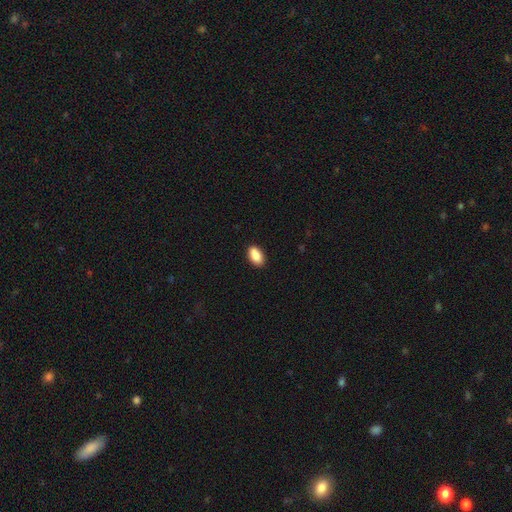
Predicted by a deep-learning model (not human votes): Q: Smooth or featured?
A: smooth (88%); runner-up: star or artifact (7%)
Q: How rounded?
A: in between (92%); runner-up: round (4%)
Q: Merging?
A: none (86%); runner-up: minor disturbance (10%)